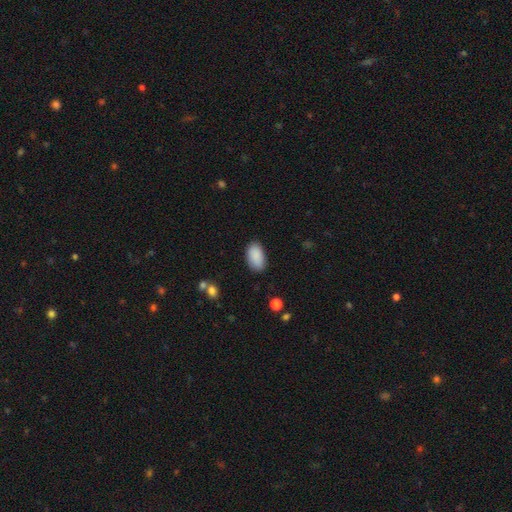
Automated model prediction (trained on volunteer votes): Smooth or featured?
  - smooth: 89% *
  - star or artifact: 7%
  - featured or disk: 4%
How rounded?
  - in between: 94% *
  - round: 4%
  - cigar-shaped: 2%
Merging?
  - none: 83% *
  - minor disturbance: 13%
  - major disturbance: 3%
  - merger: 1%